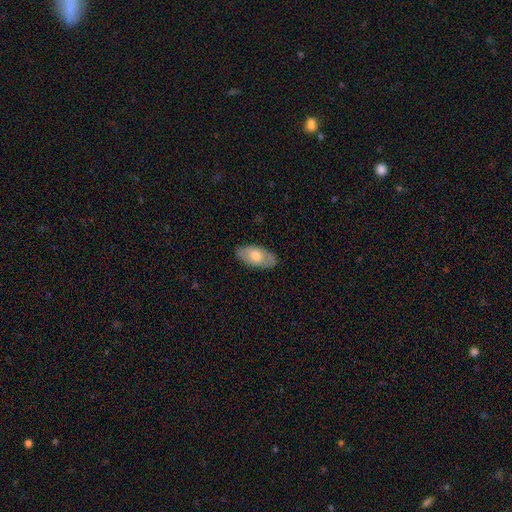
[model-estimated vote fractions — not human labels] Smooth or featured? Predicted: smooth (p=0.62). How rounded? Predicted: in between (p=0.93). Merging? Predicted: none (p=0.83).